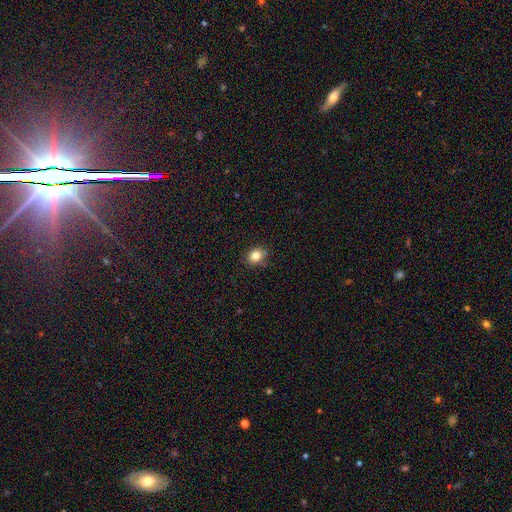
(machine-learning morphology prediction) smooth-or-featured: smooth: 82% | star or artifact: 11% | featured or disk: 7%
  how-rounded: round: 52% | in between: 47% | cigar-shaped: 1%
  merging: none: 80% | minor disturbance: 16% | major disturbance: 3% | merger: 2%